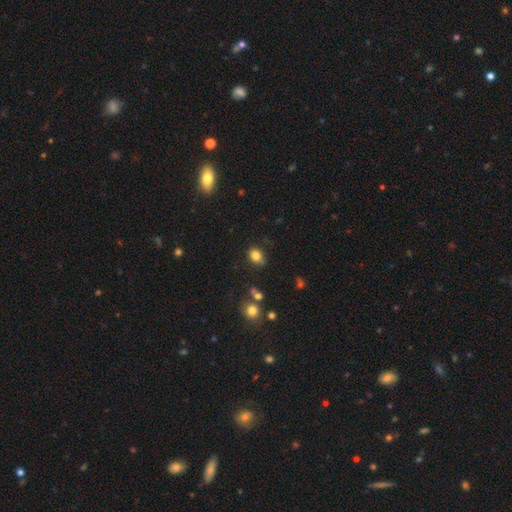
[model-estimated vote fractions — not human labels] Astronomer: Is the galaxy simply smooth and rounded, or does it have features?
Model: smooth — 82%.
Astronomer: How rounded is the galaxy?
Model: in between — 53% (runner-up: round, 46%).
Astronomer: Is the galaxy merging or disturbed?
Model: none — 74%.